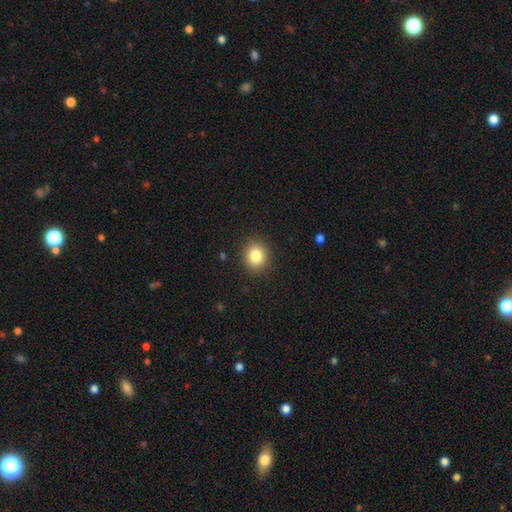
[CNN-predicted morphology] This is clearly a smooth galaxy (83%). How rounded: likely round (80%). Merging: clearly none (90%).